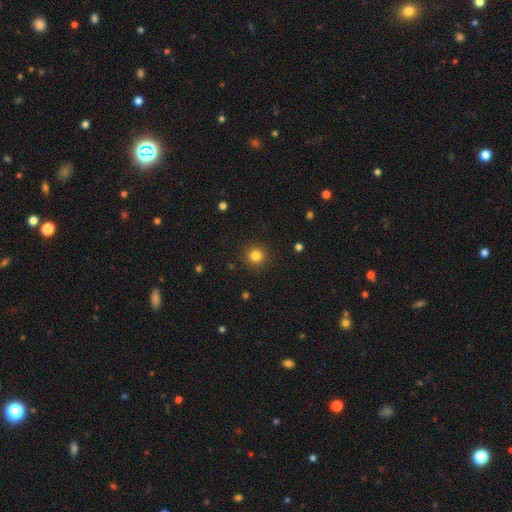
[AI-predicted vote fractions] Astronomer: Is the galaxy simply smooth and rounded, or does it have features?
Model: smooth — 83%.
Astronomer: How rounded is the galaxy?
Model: round — 95%.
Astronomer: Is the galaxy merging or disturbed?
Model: none — 91%.